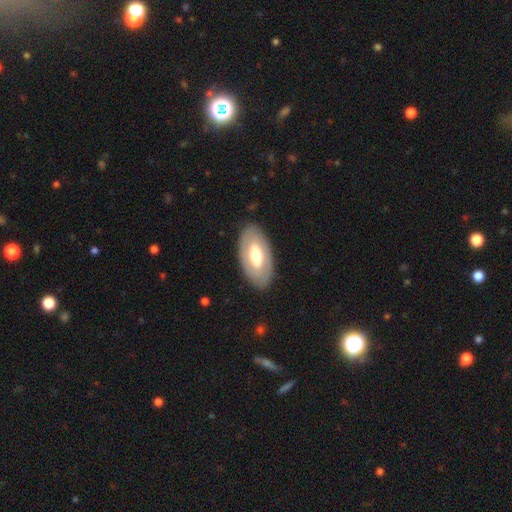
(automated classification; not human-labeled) A featured or disk galaxy (51%). Merging: none (85%).